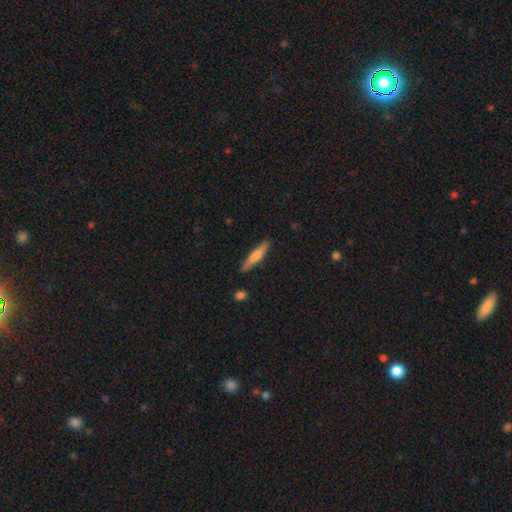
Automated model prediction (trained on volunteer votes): A smooth galaxy with no disk features (55%) that is cigar-shaped (89%). Merging: none (86%).